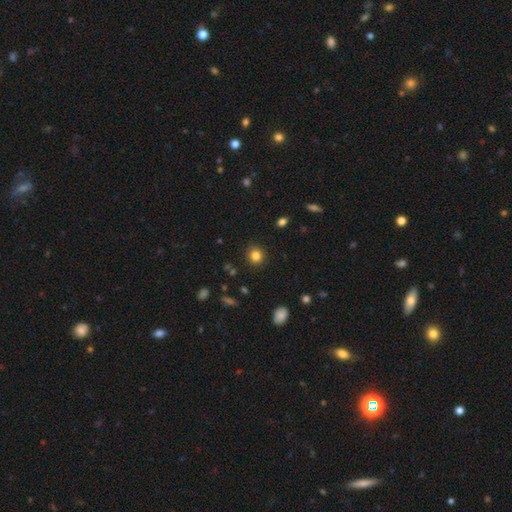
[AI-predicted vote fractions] This is clearly a smooth galaxy (83%). How rounded: clearly round (86%). Merging: clearly none (89%).